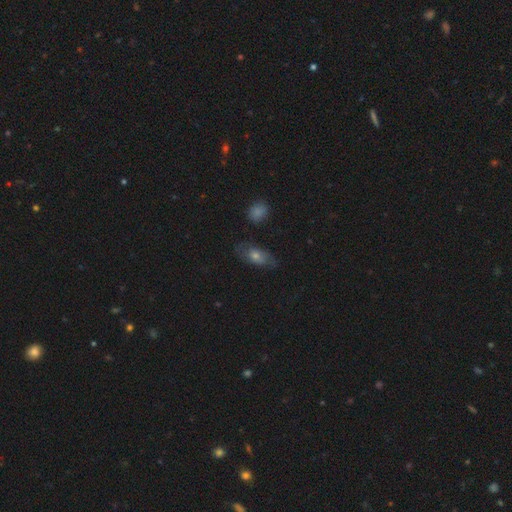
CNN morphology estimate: Smooth or featured? Predicted: smooth (p=0.48). Merging? Predicted: none (p=0.71).